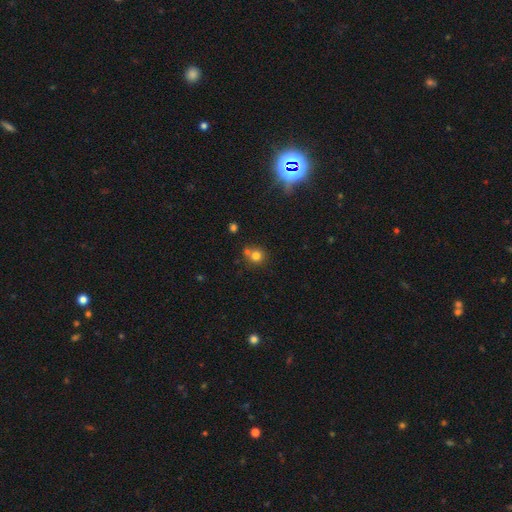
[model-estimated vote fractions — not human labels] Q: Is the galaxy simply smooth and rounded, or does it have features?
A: smooth — 77%.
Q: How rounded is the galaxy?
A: round — 89%.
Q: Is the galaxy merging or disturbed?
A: none — 59%.